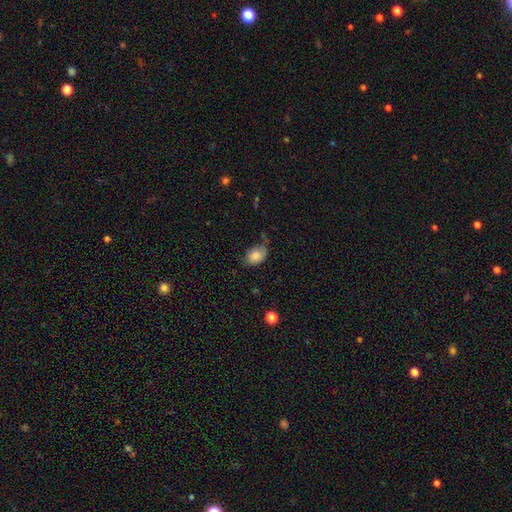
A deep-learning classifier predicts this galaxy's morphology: Smooth or featured? Predicted: smooth (p=0.84). How rounded? Predicted: in between (p=0.77). Merging? Predicted: none (p=0.55).